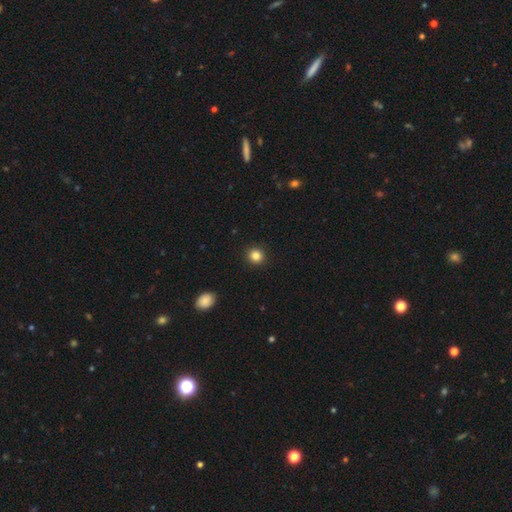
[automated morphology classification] smooth_or_featured: smooth (p=0.85) [alt: star or artifact p=0.11]
how_rounded: round (p=0.91) [alt: in between p=0.08]
merging: none (p=0.93) [alt: minor disturbance p=0.05]